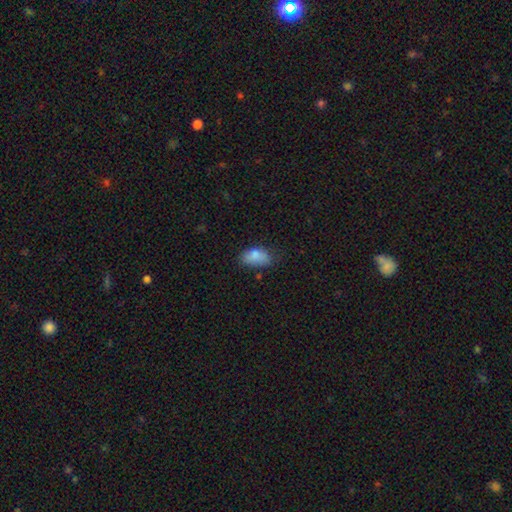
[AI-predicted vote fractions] Smooth or featured: smooth — 82% (star or artifact — 9%)
How rounded: in between — 91% (round — 7%)
Merging: none — 51% (minor disturbance — 34%)